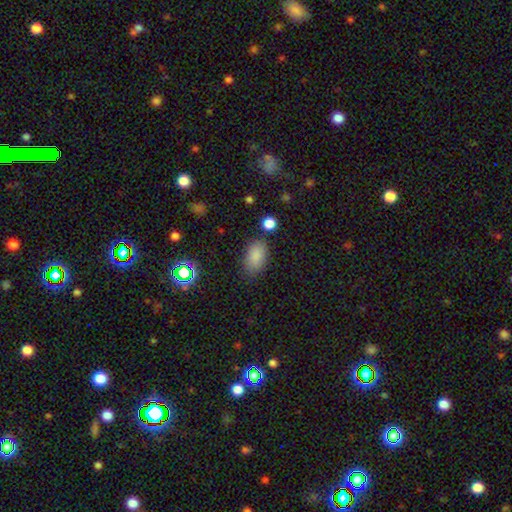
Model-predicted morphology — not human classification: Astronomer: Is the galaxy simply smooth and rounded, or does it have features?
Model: smooth — 84%.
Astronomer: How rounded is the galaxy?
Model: in between — 91%.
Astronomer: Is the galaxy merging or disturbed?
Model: none — 78%.